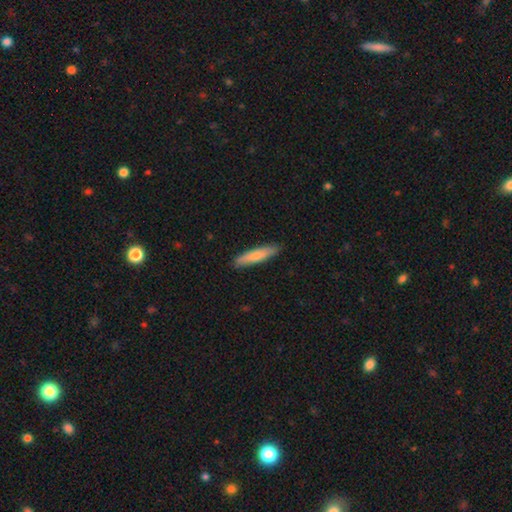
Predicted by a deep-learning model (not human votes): Q: Smooth or featured?
A: smooth (75%); runner-up: featured or disk (20%)
Q: How rounded?
A: cigar-shaped (87%); runner-up: in between (12%)
Q: Merging?
A: none (89%); runner-up: minor disturbance (8%)